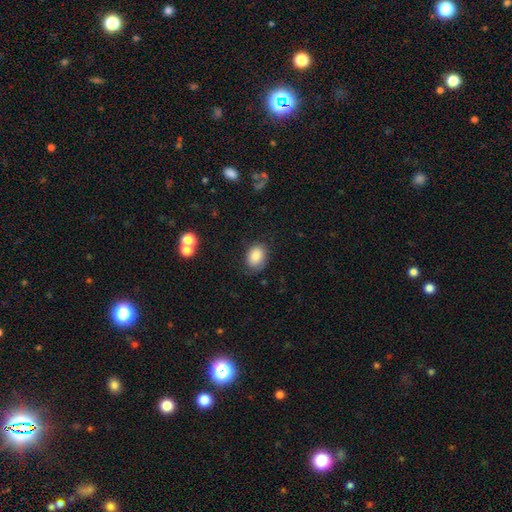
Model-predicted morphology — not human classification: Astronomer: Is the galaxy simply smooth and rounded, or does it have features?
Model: smooth — 85%.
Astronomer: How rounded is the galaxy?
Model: in between — 76%.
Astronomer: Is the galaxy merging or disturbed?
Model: none — 75%.